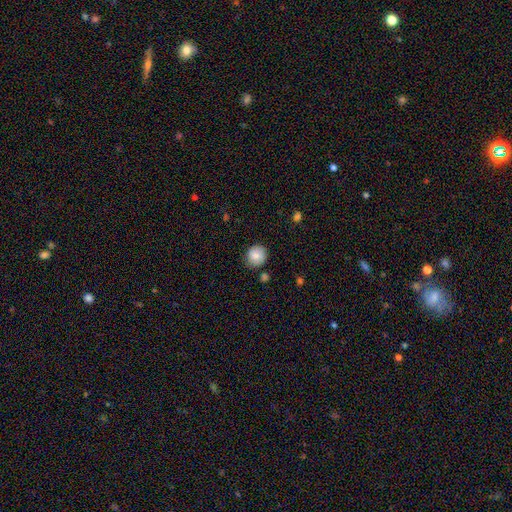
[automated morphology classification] A smooth galaxy with no disk features (80%) that is round (89%). Merging: none (80%).